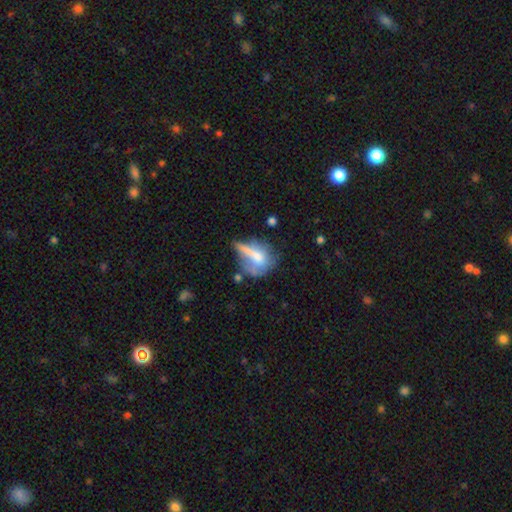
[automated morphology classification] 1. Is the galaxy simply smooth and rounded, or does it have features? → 52% smooth, 37% featured or disk, 11% star or artifact.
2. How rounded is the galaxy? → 45% in between, 42% round, 13% cigar-shaped.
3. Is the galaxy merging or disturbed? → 31% none, 30% major disturbance, 24% minor disturbance, 16% merger.